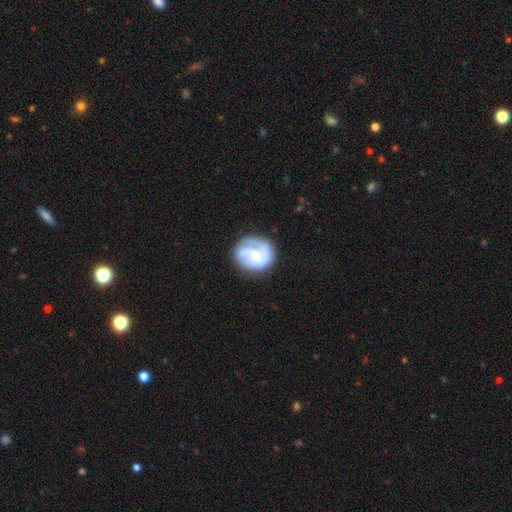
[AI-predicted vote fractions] This is likely a featured or disk galaxy (72%). It is clearly not viewed edge-on (98%). Bar: possibly no (60%). Spiral arm pattern: clearly yes (87%). Spiral arm count: marginally 2 (43%). Spiral winding: marginally medium (42%). Central bulge: possibly small (57%). Merging: likely none (67%).